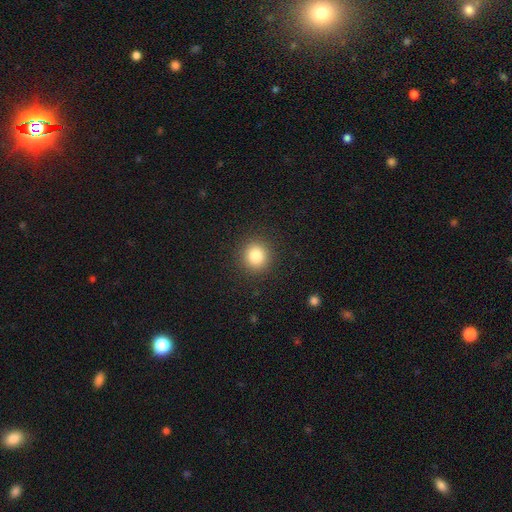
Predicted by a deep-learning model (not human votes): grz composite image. It shows a smooth galaxy with no disk features (84%) that is round (89%). Merging: none (91%).